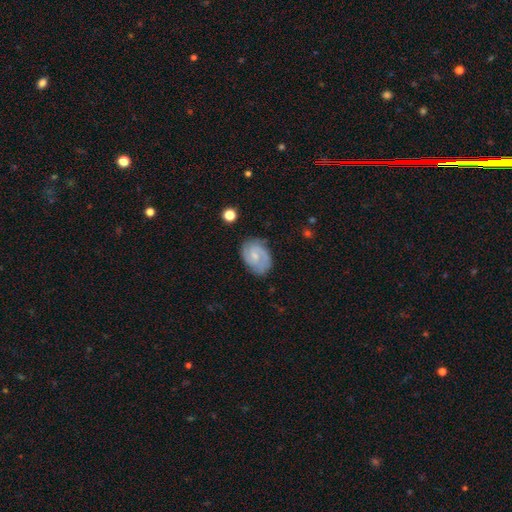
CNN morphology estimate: This appears to be a featured or disk galaxy (67%) with no bar (53%), 2 (70%) tight (46%) spiral arms (91%) and a small central bulge (61%). Merging: none (76%).